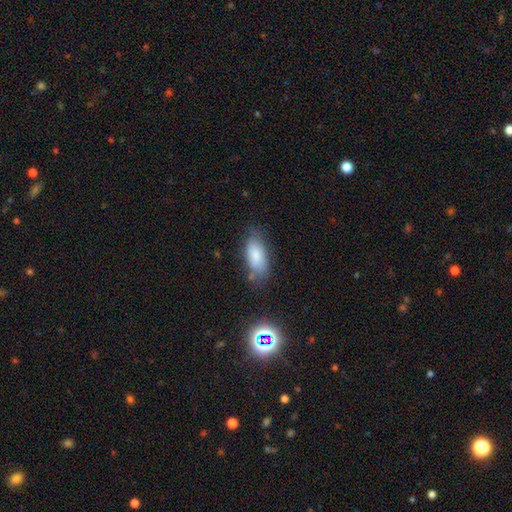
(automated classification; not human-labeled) Overall: smooth (80%). How rounded: in between (87%). Merging: none (59%; minor disturbance 28%).